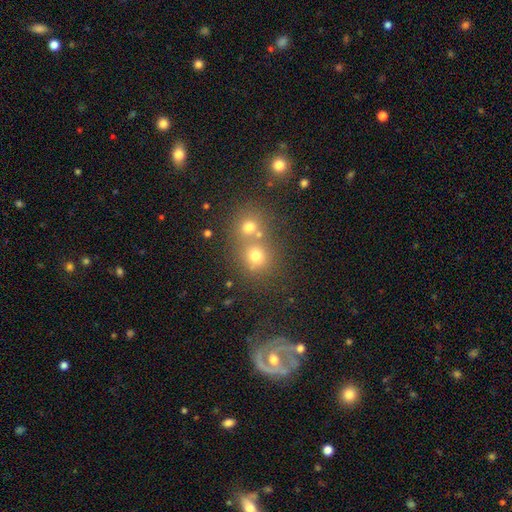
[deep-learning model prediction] Smooth or featured?
  - smooth: 66% *
  - star or artifact: 20%
  - featured or disk: 15%
How rounded?
  - round: 82% *
  - in between: 17%
  - cigar-shaped: 1%
Merging?
  - none: 52% *
  - merger: 37%
  - minor disturbance: 8%
  - major disturbance: 4%